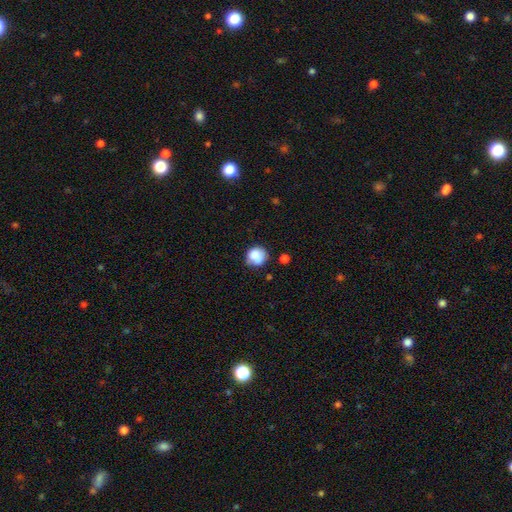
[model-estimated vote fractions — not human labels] A smooth galaxy with no disk features (82%) that is round (86%).

Vote fractions:
- Smooth or featured? smooth: 82% / star or artifact: 9% / featured or disk: 8%
- How rounded? round: 86% / in between: 13% / cigar-shaped: 1%
- Merging? none: 59% / minor disturbance: 28% / major disturbance: 7% / merger: 6%